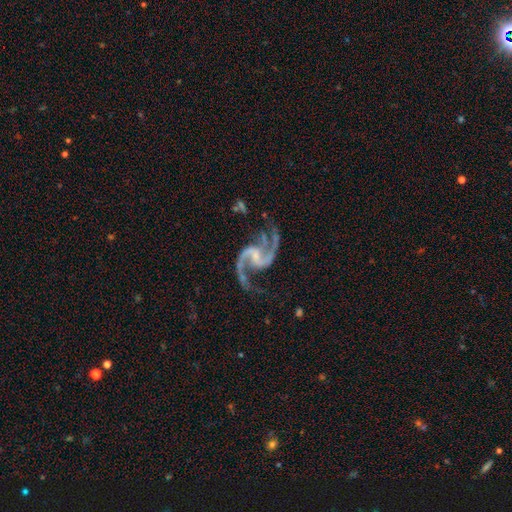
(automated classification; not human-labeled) Morphology: type=featured or disk (94%); edge-on=no (98%); bar=weak (46%); spiral arms=yes (98%); winding=loose (52%); arm count=2 (88%); bulge=small (50%); merging=none (66%).